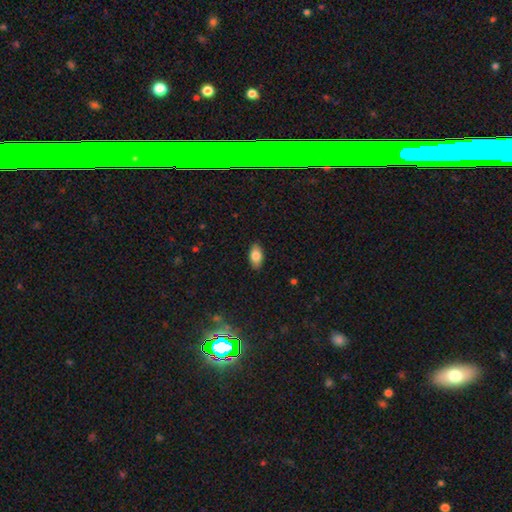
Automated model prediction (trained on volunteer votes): A smooth galaxy with no disk features (81%) that is in between round and cigar-shaped (92%).

Vote fractions:
- Smooth or featured? smooth: 81% / featured or disk: 12% / star or artifact: 7%
- How rounded? in between: 92% / round: 4% / cigar-shaped: 4%
- Merging? none: 88% / minor disturbance: 9% / major disturbance: 2% / merger: 1%